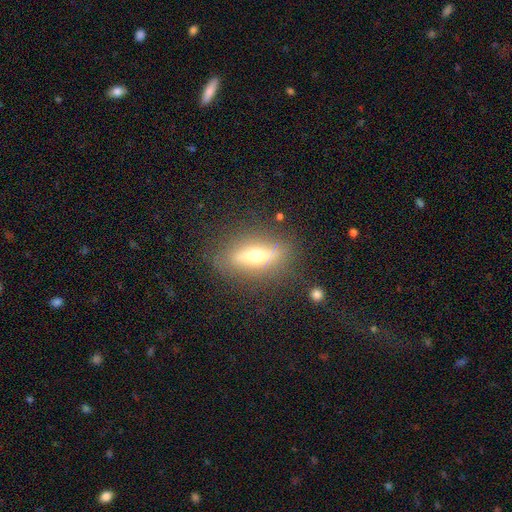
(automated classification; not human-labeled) The model was most divided on "smooth or featured": featured or disk: 55%, smooth: 37%, star or artifact: 9%. More confident: merging — none (81%); edge-on disk — yes (76%).